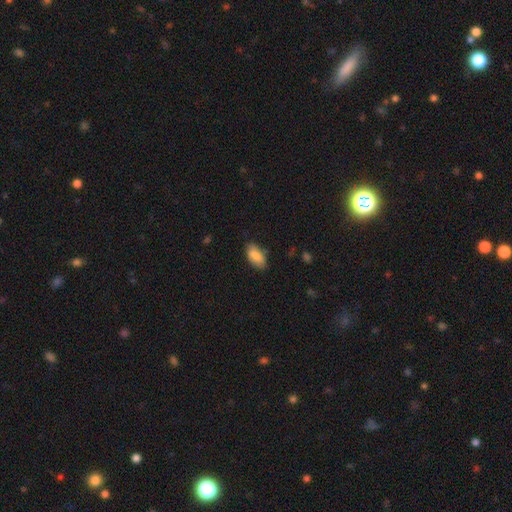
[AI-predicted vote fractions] smooth 85%, featured or disk 8%, star or artifact 7%. Down the decision tree: how rounded — in between (92%); merging — none (78%).